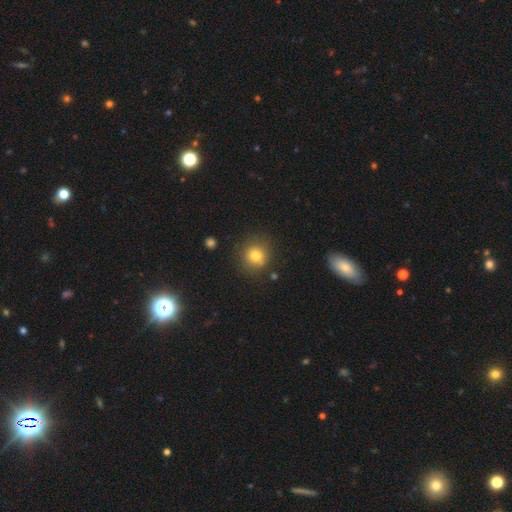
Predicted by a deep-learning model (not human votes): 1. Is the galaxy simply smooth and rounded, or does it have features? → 79% smooth, 12% star or artifact, 9% featured or disk.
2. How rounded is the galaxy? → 88% round, 11% in between, 1% cigar-shaped.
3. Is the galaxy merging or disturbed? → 81% none, 12% minor disturbance, 4% major disturbance, 3% merger.